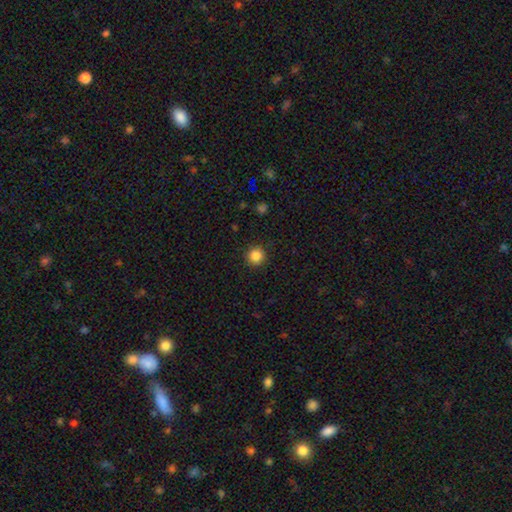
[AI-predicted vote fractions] The model was most divided on "smooth or featured": smooth: 85%, star or artifact: 11%, featured or disk: 4%. More confident: how rounded — round (95%); merging — none (91%).